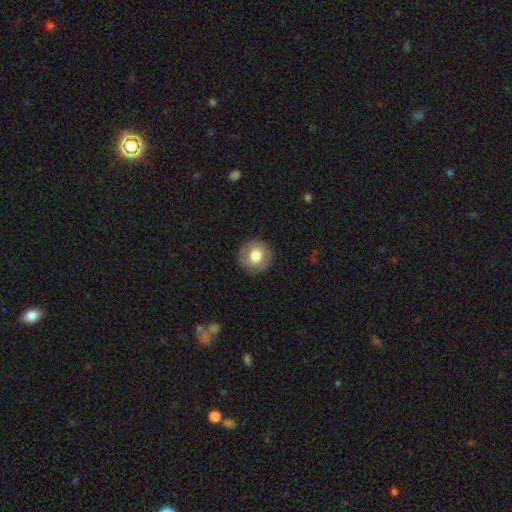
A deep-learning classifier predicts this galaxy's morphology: A smooth galaxy with no disk features (75%) that is round (94%).

Vote fractions:
- Smooth or featured? smooth: 75% / featured or disk: 18% / star or artifact: 8%
- How rounded? round: 94% / in between: 5% / cigar-shaped: 1%
- Merging? none: 90% / minor disturbance: 7% / major disturbance: 2% / merger: 1%